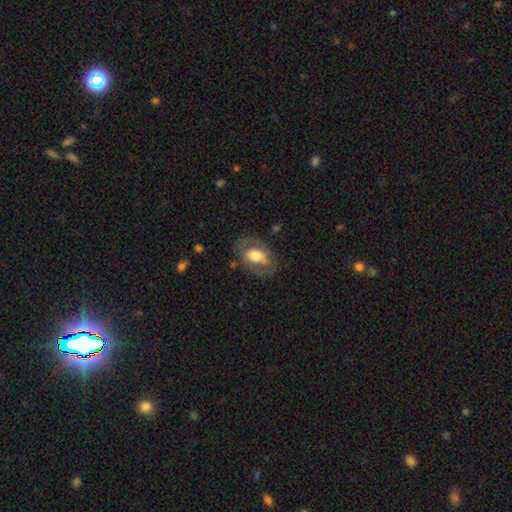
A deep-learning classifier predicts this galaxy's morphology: This appears to be a featured or disk galaxy (50%). Merging: none (69%).